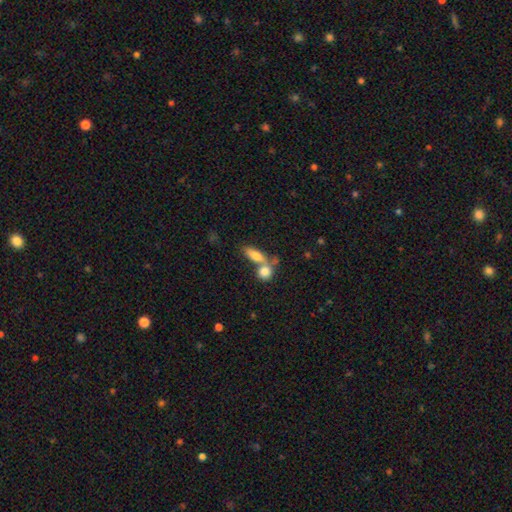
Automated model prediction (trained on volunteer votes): A smooth galaxy with no disk features (71%) that is in between round and cigar-shaped (62%). Merging: merger (46%).